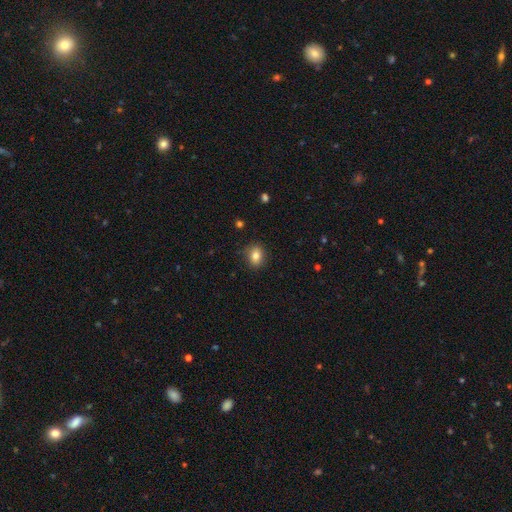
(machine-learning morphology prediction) type=smooth (83%); roundness=in between (52%); merging=none (87%).